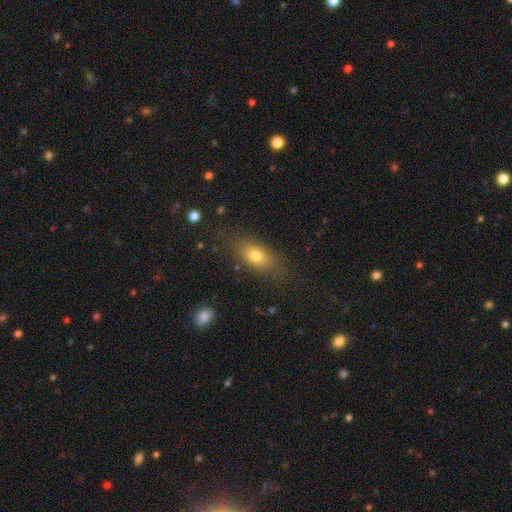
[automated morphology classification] A smooth galaxy with no disk features (73%) that is in between round and cigar-shaped (76%). Merging: none (79%).